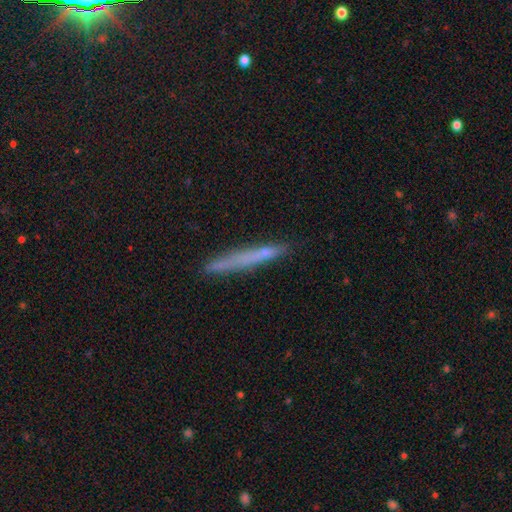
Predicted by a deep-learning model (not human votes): This is likely a smooth galaxy (61%). How rounded: clearly cigar-shaped (96%). Merging: clearly none (83%).